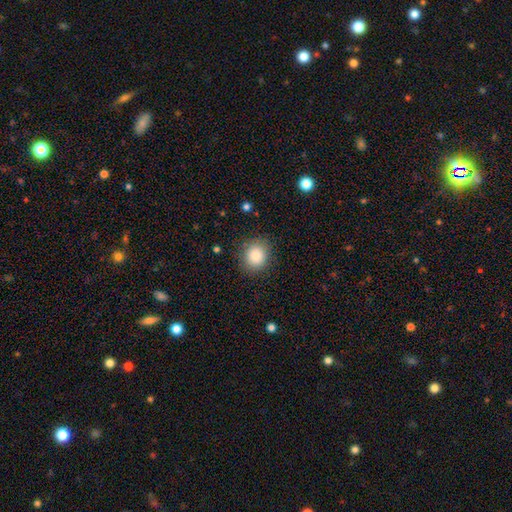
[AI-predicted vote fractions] smooth_or_featured: smooth (p=0.86) [alt: star or artifact p=0.09]
how_rounded: round (p=0.74) [alt: in between p=0.25]
merging: none (p=0.86) [alt: minor disturbance p=0.09]